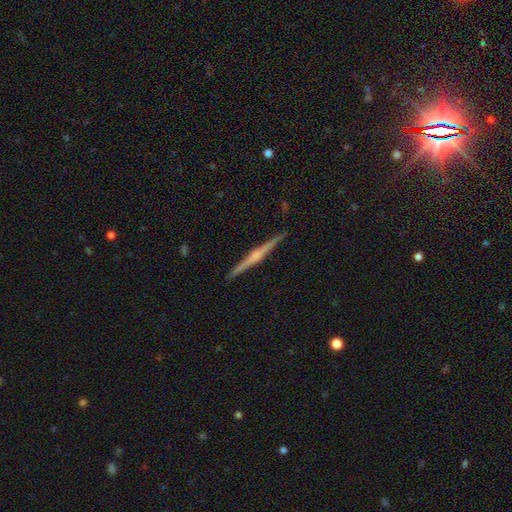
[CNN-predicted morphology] A featured or disk galaxy (80%) viewed edge-on (99%) with a rounded central bulge (74%). Merging: none (93%).